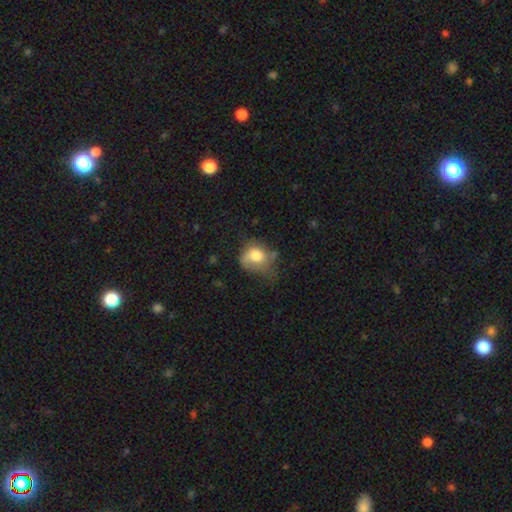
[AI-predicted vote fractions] Smooth or featured? Predicted: smooth (p=0.73). How rounded? Predicted: round (p=0.62). Merging? Predicted: minor disturbance (p=0.36).